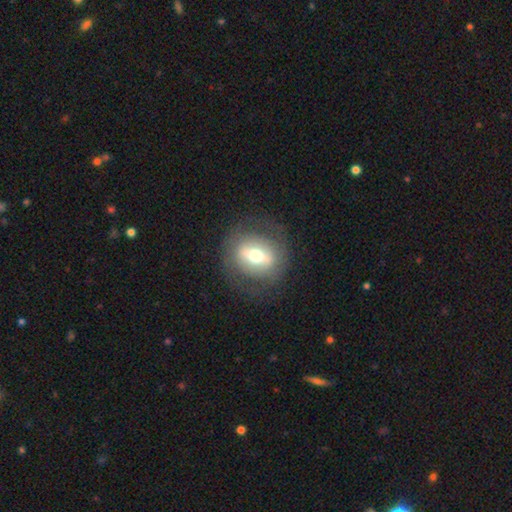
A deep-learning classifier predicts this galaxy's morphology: featured or disk 51%, smooth 41%, star or artifact 8%. Down the decision tree: edge-on disk — no (82%); merging — none (80%).